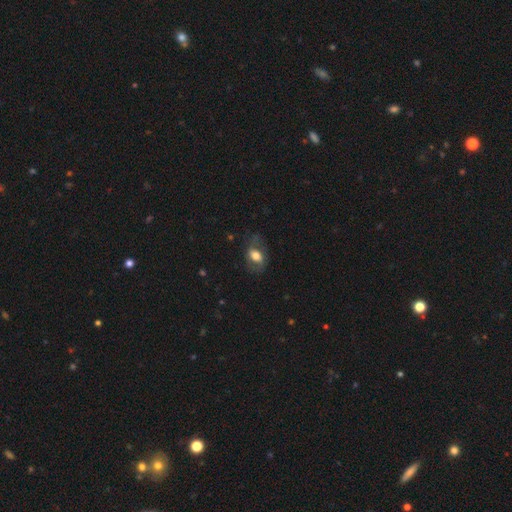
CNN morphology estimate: A smooth galaxy with no disk features (59%) that is in between round and cigar-shaped (81%). Merging: none (61%).